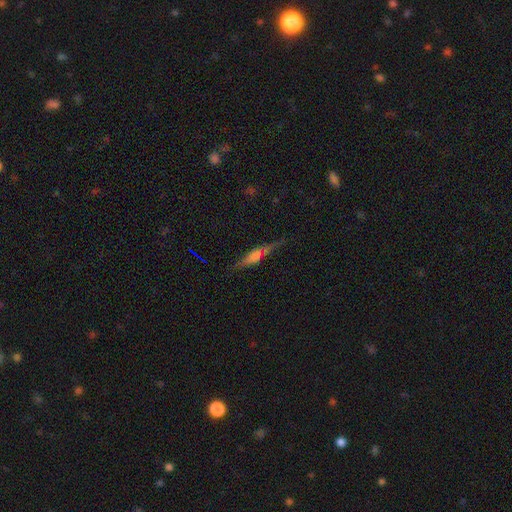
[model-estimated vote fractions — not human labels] Smooth or featured? featured or disk (59%)
Edge-on disk? yes (93%)
Edge-on bulge? rounded (53%)
Merging? none (74%)